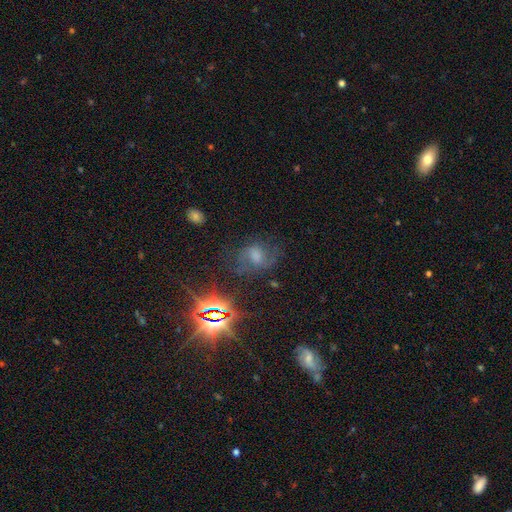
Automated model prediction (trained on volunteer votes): smooth_or_featured: featured or disk (p=0.42) [alt: smooth p=0.35]
merging: none (p=0.50) [alt: major disturbance p=0.24]